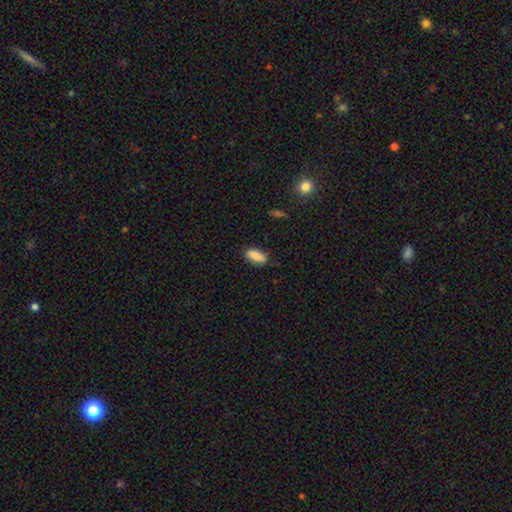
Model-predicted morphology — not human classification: Smooth or featured? smooth (84%)
How rounded? in between (79%)
Merging? none (81%)